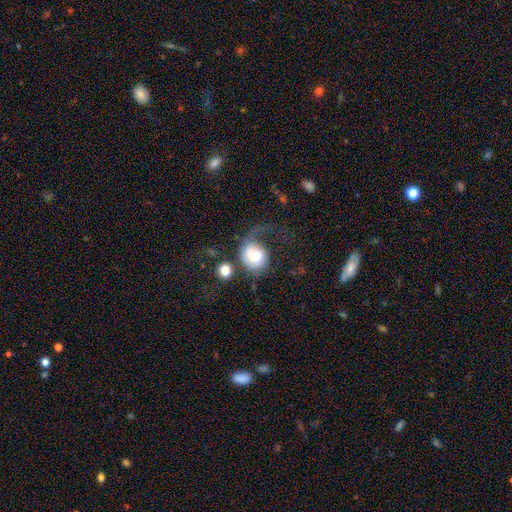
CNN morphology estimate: type=smooth (58%); roundness=round (74%); merging=major disturbance (47%).